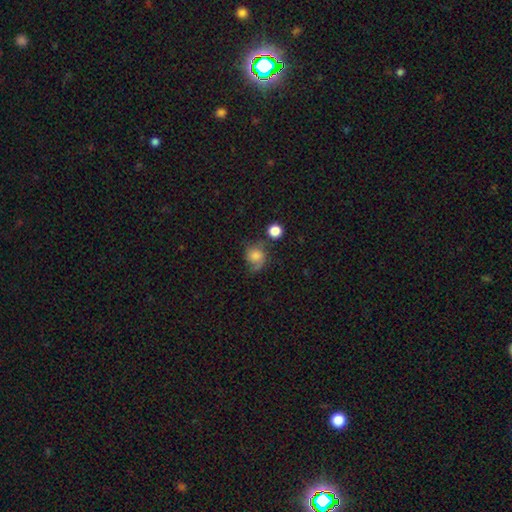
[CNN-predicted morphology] Smooth or featured: smooth — 67% (featured or disk — 21%)
How rounded: round — 74% (in between — 25%)
Merging: none — 45% (minor disturbance — 28%)